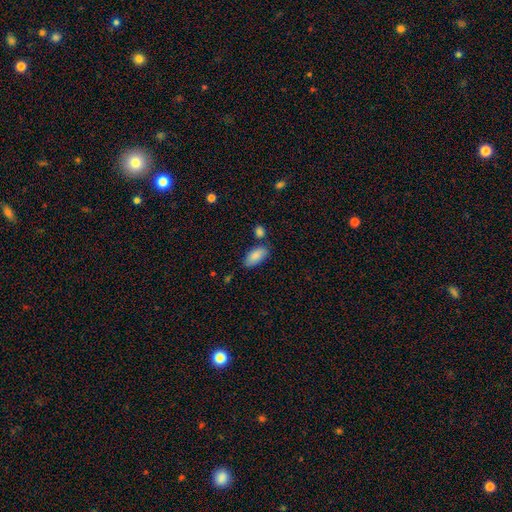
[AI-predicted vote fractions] Smooth or featured?
  - smooth: 88% *
  - featured or disk: 6%
  - star or artifact: 6%
How rounded?
  - in between: 93% *
  - cigar-shaped: 5%
  - round: 2%
Merging?
  - none: 71% *
  - minor disturbance: 17%
  - merger: 8%
  - major disturbance: 4%